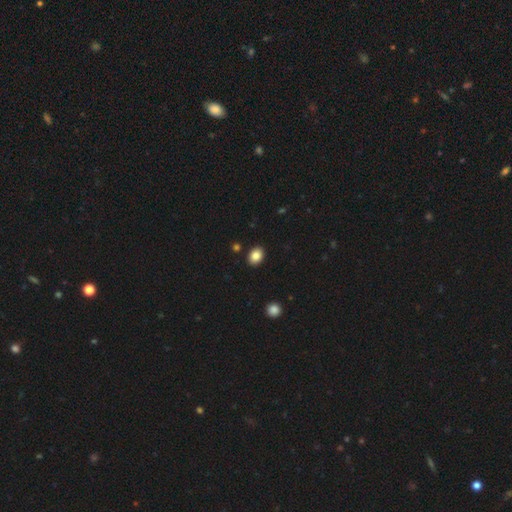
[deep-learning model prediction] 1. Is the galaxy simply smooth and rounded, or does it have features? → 87% smooth, 9% star or artifact, 4% featured or disk.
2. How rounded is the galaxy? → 66% in between, 34% round, 1% cigar-shaped.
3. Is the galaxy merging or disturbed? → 89% none, 7% minor disturbance, 2% major disturbance, 2% merger.